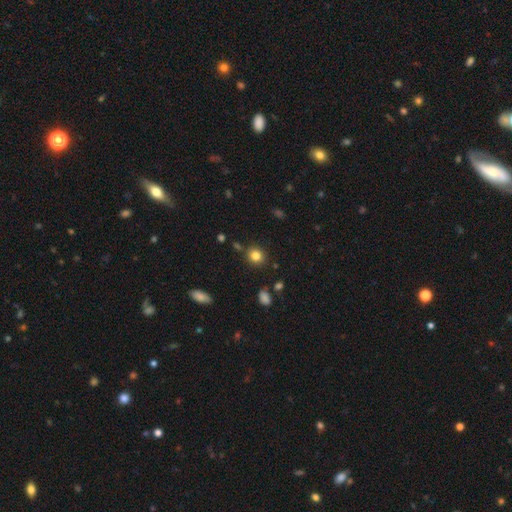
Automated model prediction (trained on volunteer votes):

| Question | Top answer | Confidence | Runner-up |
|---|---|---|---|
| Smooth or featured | smooth | 82% | star or artifact (12%) |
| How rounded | round | 84% | in between (15%) |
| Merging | none | 85% | minor disturbance (8%) |